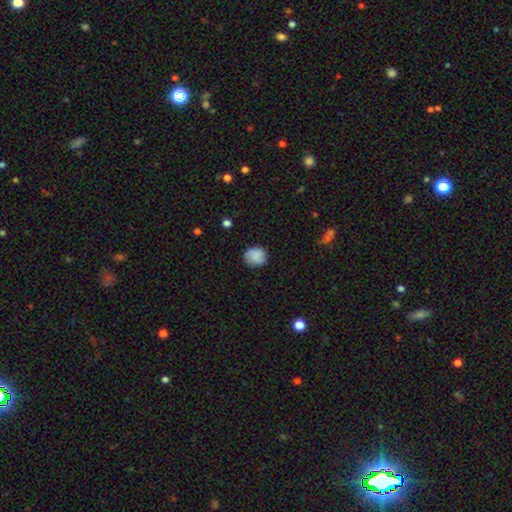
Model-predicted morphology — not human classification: A smooth galaxy with no disk features (80%) that is round (69%). Merging: none (76%).